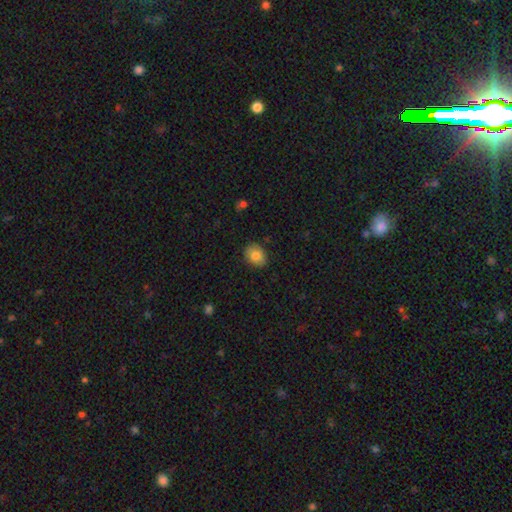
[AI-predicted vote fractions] smooth_or_featured: smooth (p=0.79) [alt: featured or disk p=0.13]
how_rounded: round (p=0.54) [alt: in between p=0.46]
merging: none (p=0.84) [alt: minor disturbance p=0.13]